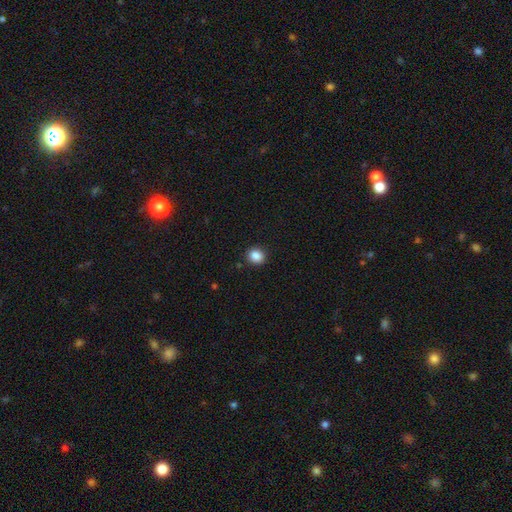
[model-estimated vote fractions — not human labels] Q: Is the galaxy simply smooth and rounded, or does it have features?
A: smooth — 87%.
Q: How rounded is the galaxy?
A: round — 74%.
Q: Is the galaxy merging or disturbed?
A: none — 89%.